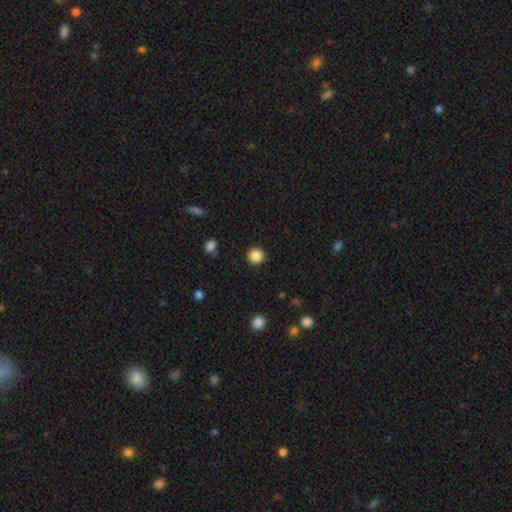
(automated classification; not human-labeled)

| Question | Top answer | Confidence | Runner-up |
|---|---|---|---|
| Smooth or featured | smooth | 86% | star or artifact (10%) |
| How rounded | round | 95% | in between (4%) |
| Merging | none | 92% | minor disturbance (5%) |